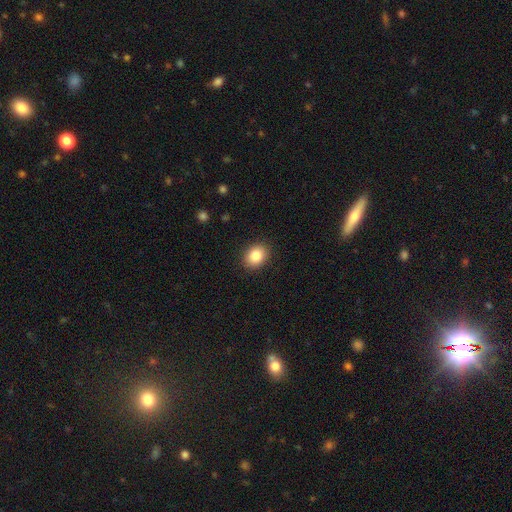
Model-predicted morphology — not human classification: Smooth or featured?
  - smooth: 85% *
  - star or artifact: 9%
  - featured or disk: 6%
How rounded?
  - in between: 54% *
  - round: 45%
  - cigar-shaped: 1%
Merging?
  - none: 89% *
  - minor disturbance: 8%
  - major disturbance: 2%
  - merger: 1%